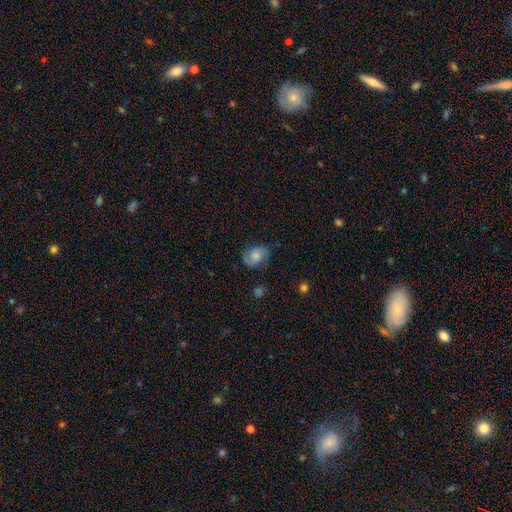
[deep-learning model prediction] The model was most divided on "spiral winding": medium: 47%, tight: 30%, loose: 22%. Remaining: edge-on disk — no (97%); spiral arms — yes (92%); spiral arm count — 2 (86%); merging — none (75%); bar — no (68%); smooth or featured — featured or disk (59%); bulge size — moderate (48%).